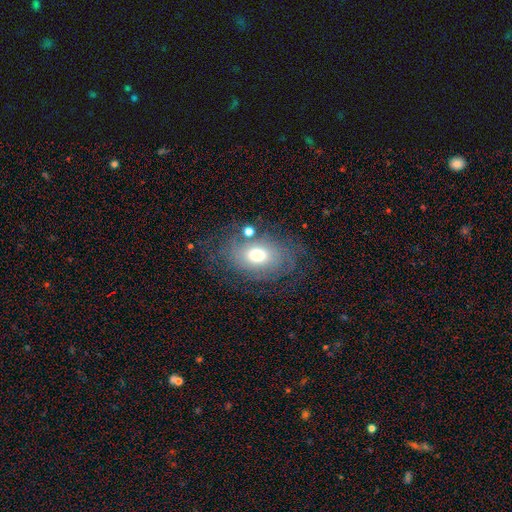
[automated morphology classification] A featured or disk galaxy (55%) with no bar (73%), spiral arms (70%) and a moderate central bulge (63%).

Vote fractions:
- Smooth or featured? featured or disk: 55% / smooth: 35% / star or artifact: 11%
- Edge-on disk? no: 93% / yes: 7%
- Bar? no: 73% / weak: 22% / strong: 5%
- Spiral arms? yes: 70% / no: 30%
- Bulge size? moderate: 63% / large: 25% / small: 8% / dominant: 3% / none: 1%
- Merging? none: 66% / minor disturbance: 19% / major disturbance: 11% / merger: 3%